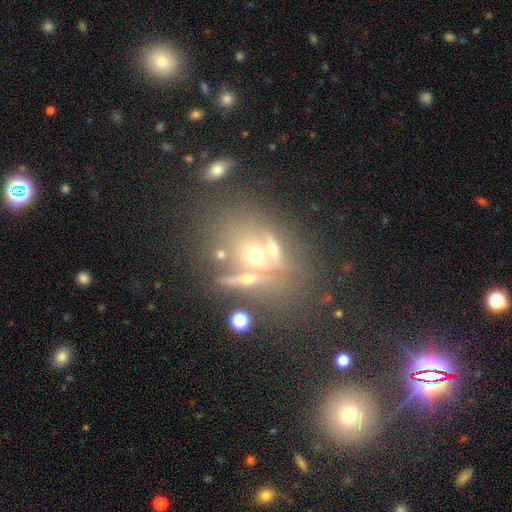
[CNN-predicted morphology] A smooth galaxy with no disk features (36%).

Vote fractions:
- Smooth or featured? smooth: 36% / featured or disk: 33% / star or artifact: 31%
- Merging? none: 45% / merger: 33% / minor disturbance: 12% / major disturbance: 10%